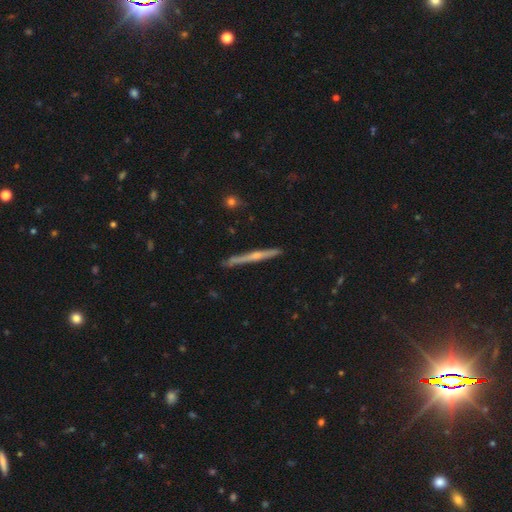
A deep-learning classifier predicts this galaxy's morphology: type=featured or disk (71%); edge-on=yes (98%); edge-on bulge=rounded (68%); merging=none (89%).